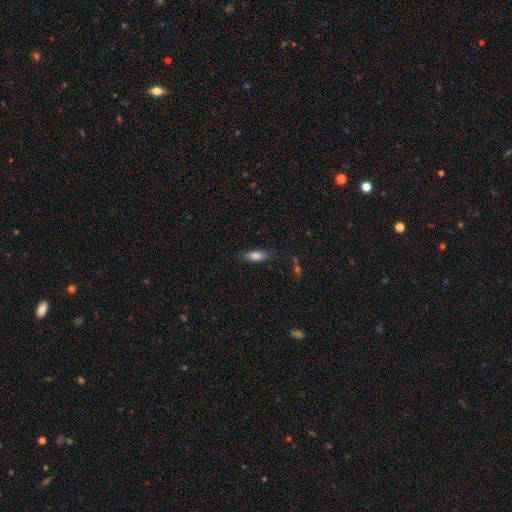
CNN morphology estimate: Q: Smooth or featured?
A: smooth (82%); runner-up: featured or disk (10%)
Q: How rounded?
A: in between (66%); runner-up: cigar-shaped (32%)
Q: Merging?
A: none (80%); runner-up: minor disturbance (14%)